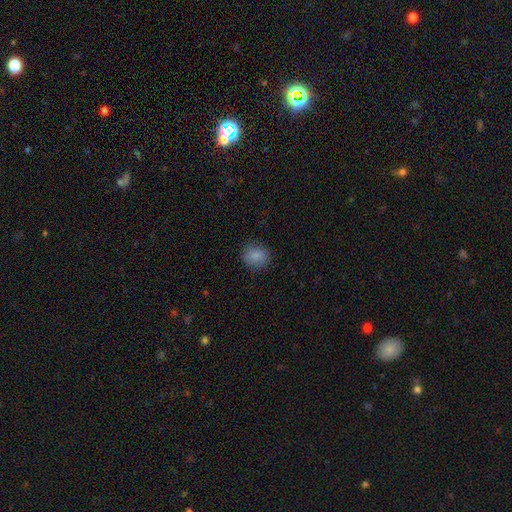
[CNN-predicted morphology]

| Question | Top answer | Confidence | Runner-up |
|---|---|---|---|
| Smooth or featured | smooth | 86% | star or artifact (9%) |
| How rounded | round | 76% | in between (23%) |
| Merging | none | 86% | minor disturbance (10%) |